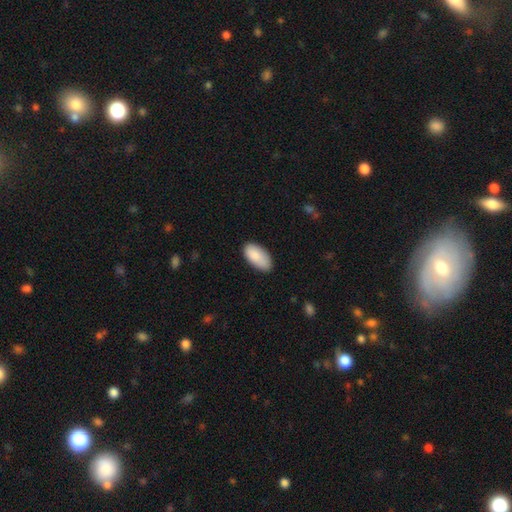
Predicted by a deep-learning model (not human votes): smooth_or_featured: smooth (p=0.88) [alt: featured or disk p=0.06]
how_rounded: in between (p=0.95) [alt: cigar-shaped p=0.03]
merging: none (p=0.77) [alt: minor disturbance p=0.19]